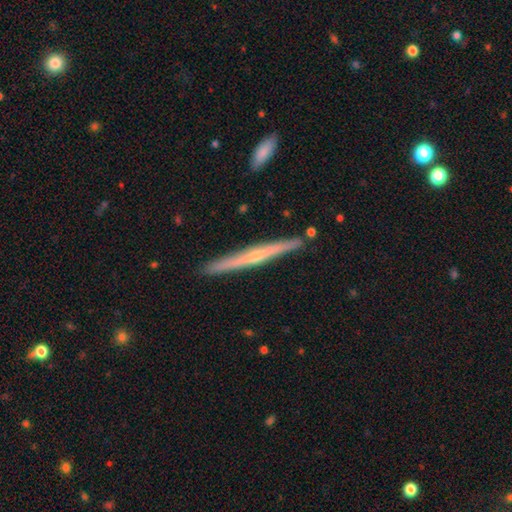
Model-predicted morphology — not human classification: Smooth or featured? Predicted: featured or disk (p=0.74). Edge-on disk? Predicted: yes (p=0.98). Edge-on bulge? Predicted: rounded (p=0.69). Merging? Predicted: none (p=0.90).